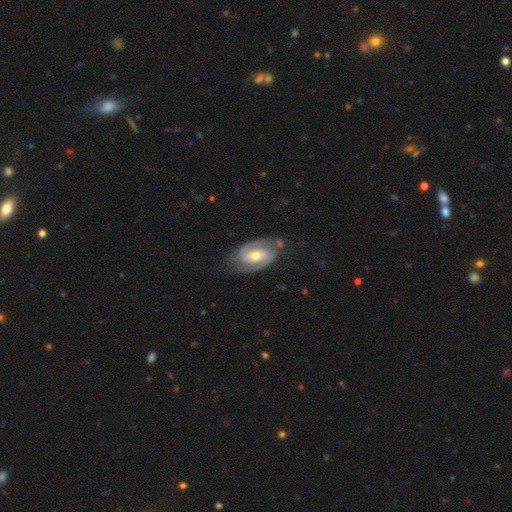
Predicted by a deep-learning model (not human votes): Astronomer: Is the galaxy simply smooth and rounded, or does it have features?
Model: featured or disk — 86%.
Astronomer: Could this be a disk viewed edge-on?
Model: no — 97%.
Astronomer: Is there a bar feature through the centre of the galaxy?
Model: weak — 41% (runner-up: no, 38%).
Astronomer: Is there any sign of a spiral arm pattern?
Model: yes — 95%.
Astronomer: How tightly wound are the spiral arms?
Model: tight — 46% (runner-up: medium, 43%).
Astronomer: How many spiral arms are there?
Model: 2 — 89%.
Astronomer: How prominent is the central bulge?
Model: moderate — 63%.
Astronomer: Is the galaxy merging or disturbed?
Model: none — 73%.